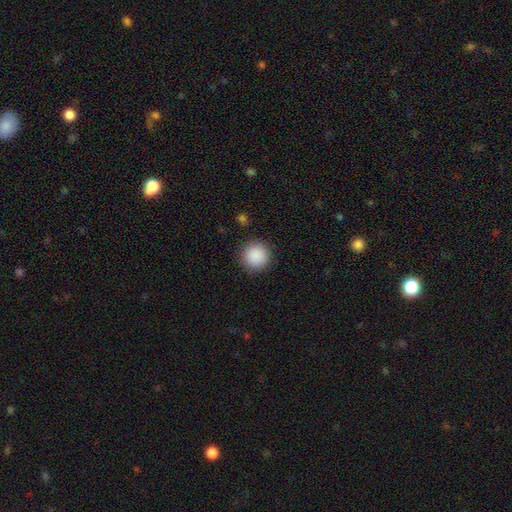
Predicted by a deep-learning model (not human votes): Morphology: type=smooth (89%); roundness=round (95%); merging=none (91%).